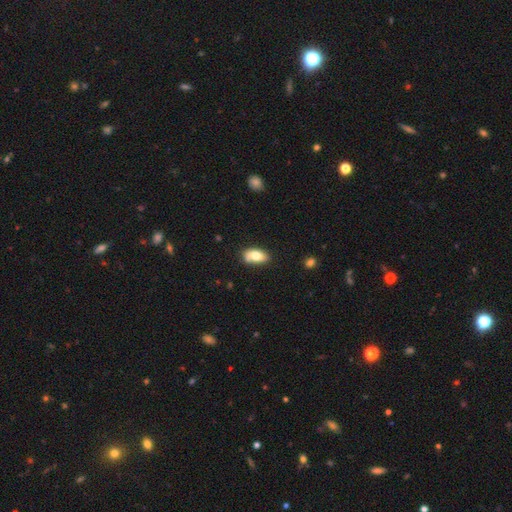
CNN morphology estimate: type=smooth (71%); roundness=in between (90%); merging=none (62%).